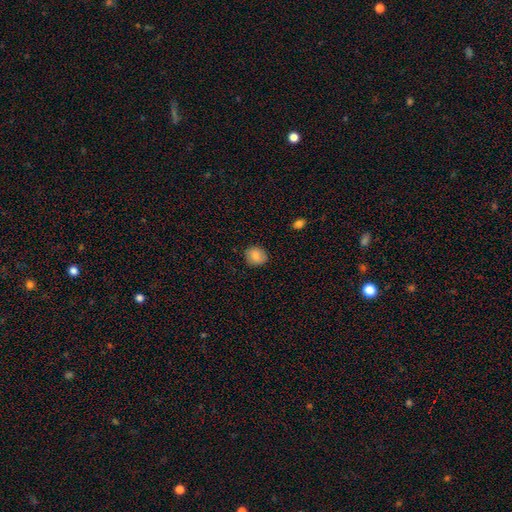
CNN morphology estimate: Q: Smooth or featured?
A: smooth (85%); runner-up: star or artifact (8%)
Q: How rounded?
A: round (76%); runner-up: in between (23%)
Q: Merging?
A: none (88%); runner-up: minor disturbance (9%)